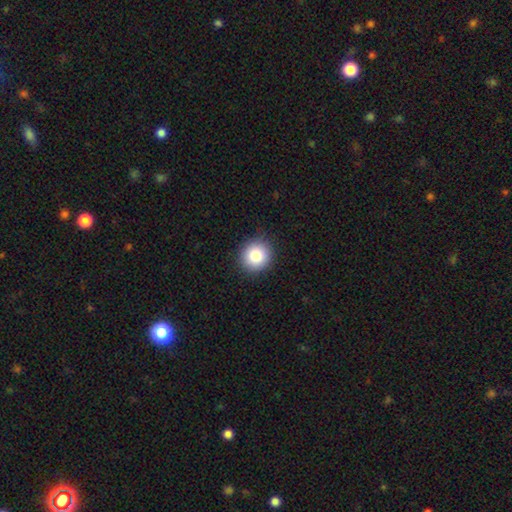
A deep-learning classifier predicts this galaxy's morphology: Smooth or featured: smooth — 83% (star or artifact — 9%)
How rounded: round — 89% (in between — 11%)
Merging: none — 90% (minor disturbance — 7%)